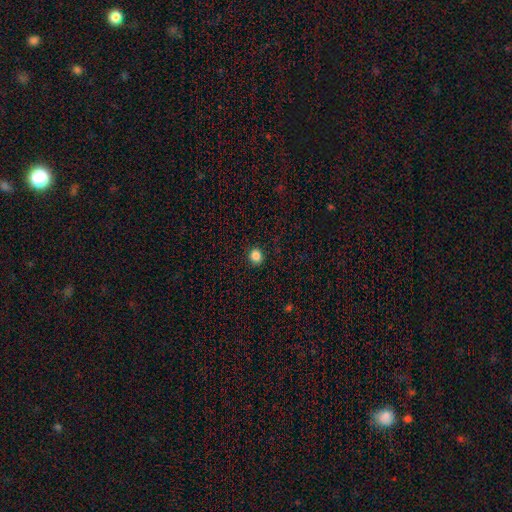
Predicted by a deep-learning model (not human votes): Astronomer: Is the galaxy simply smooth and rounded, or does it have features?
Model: smooth — 85%.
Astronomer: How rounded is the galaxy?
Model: round — 88%.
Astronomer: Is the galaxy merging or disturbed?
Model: none — 92%.